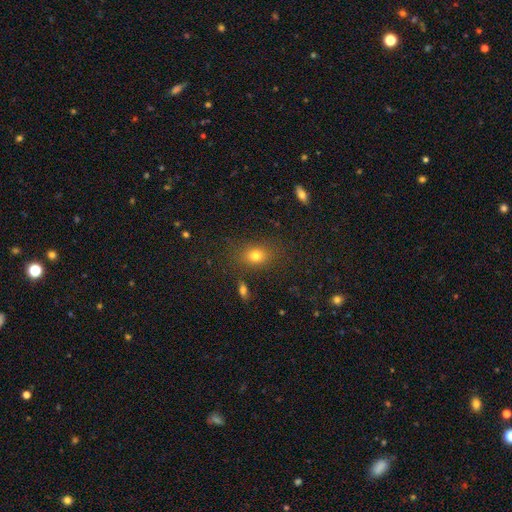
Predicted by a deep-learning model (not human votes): Smooth or featured? Predicted: smooth (p=0.76). How rounded? Predicted: in between (p=0.55). Merging? Predicted: none (p=0.80).